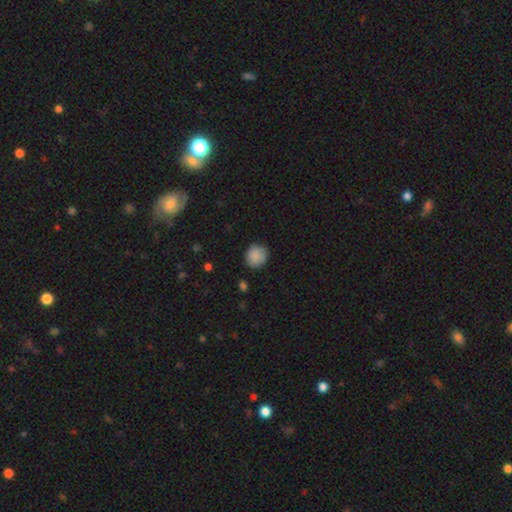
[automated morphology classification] This is clearly a smooth galaxy (87%). How rounded: clearly round (85%). Merging: clearly none (83%).